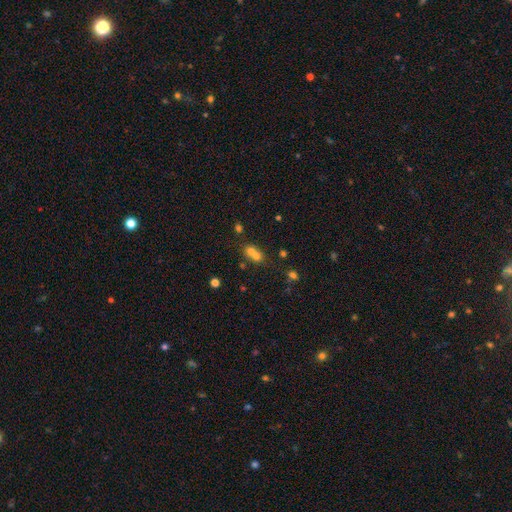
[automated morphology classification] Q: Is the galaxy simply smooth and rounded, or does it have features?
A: smooth — 63%.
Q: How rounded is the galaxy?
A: round — 67%.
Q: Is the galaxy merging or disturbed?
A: merger — 64%.